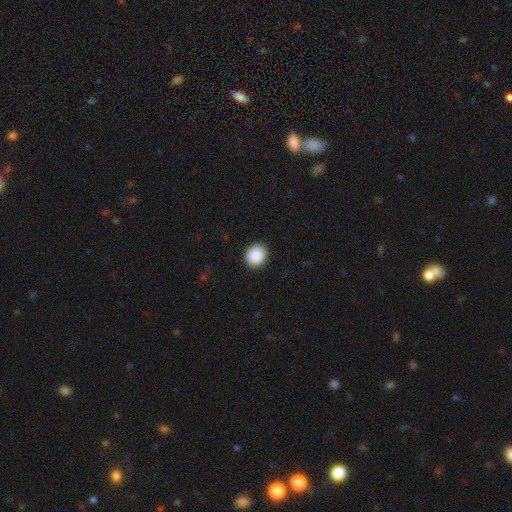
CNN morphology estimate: Overall: smooth (89%). How rounded: round (78%). Merging: none (90%).